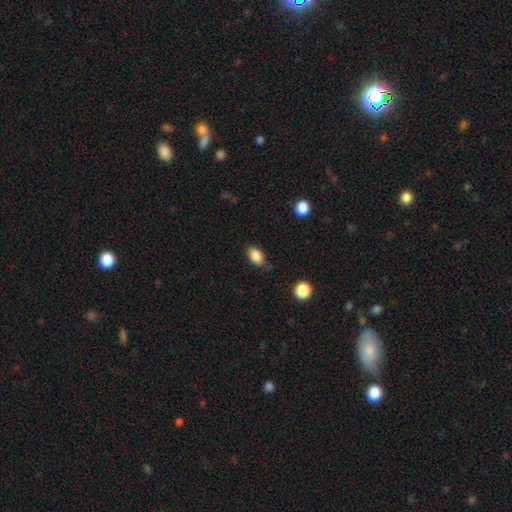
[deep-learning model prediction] Morphology: type=smooth (86%); roundness=in between (82%); merging=none (74%).